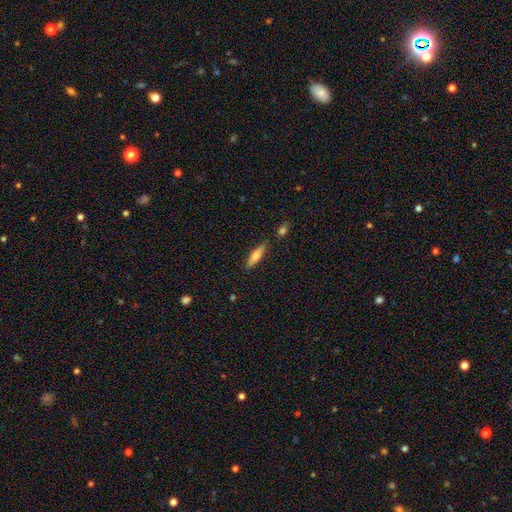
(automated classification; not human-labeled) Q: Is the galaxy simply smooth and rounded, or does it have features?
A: smooth — 69%.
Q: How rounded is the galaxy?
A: cigar-shaped — 67%.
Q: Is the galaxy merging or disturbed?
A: none — 81%.